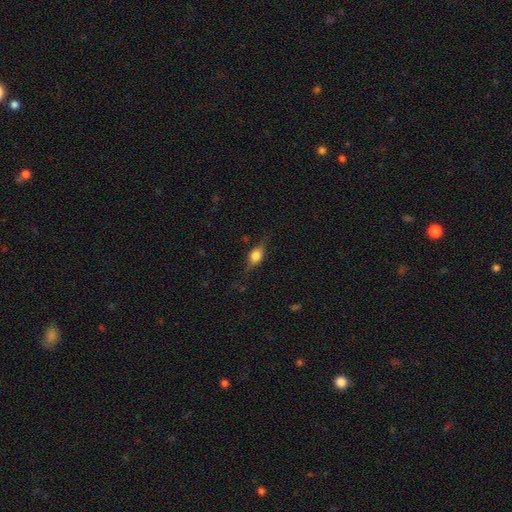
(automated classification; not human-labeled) smooth 48%, featured or disk 43%, star or artifact 9%. Down the decision tree: merging — none (75%).